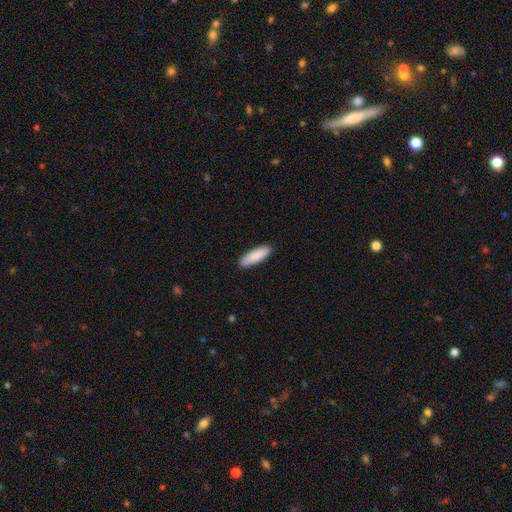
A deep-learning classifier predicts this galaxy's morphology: This is clearly a smooth galaxy (88%). How rounded: possibly cigar-shaped (57%). Merging: clearly none (91%).